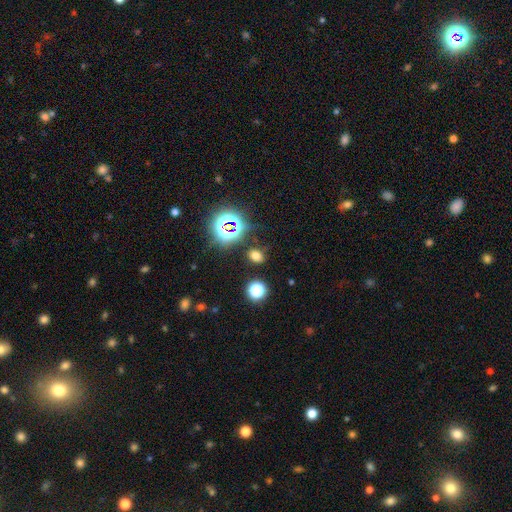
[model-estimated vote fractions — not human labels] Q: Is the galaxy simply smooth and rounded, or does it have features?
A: smooth — 65%.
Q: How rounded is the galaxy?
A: in between — 59%.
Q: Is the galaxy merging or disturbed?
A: none — 83%.